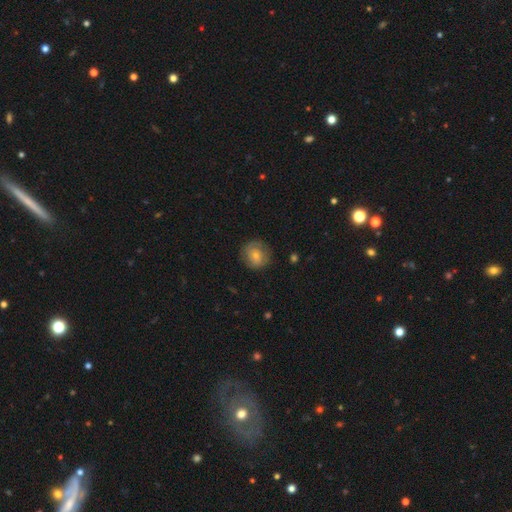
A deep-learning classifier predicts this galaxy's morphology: Smooth or featured? Predicted: smooth (p=0.54). How rounded? Predicted: round (p=0.82). Merging? Predicted: none (p=0.76).